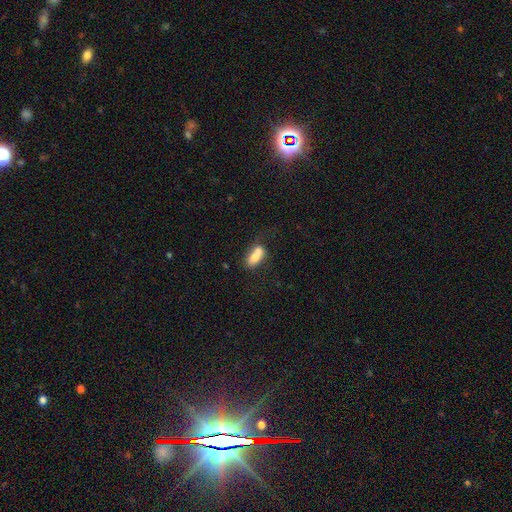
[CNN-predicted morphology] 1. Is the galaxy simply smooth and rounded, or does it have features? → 69% smooth, 22% featured or disk, 9% star or artifact.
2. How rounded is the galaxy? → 81% in between, 10% round, 9% cigar-shaped.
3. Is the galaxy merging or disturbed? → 55% merger, 25% none, 13% minor disturbance, 8% major disturbance.